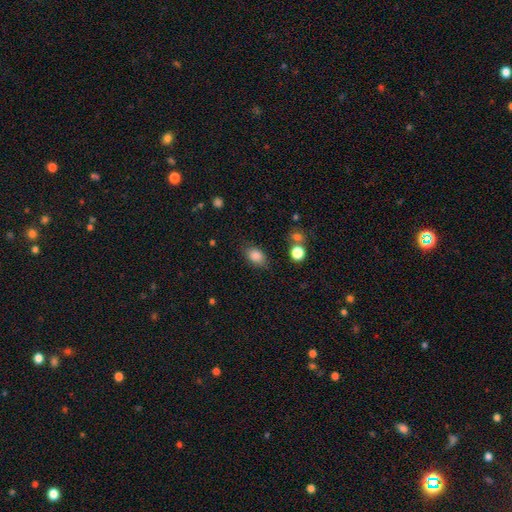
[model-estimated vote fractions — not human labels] Smooth or featured?
  - smooth: 85% *
  - star or artifact: 10%
  - featured or disk: 5%
How rounded?
  - in between: 80% *
  - round: 18%
  - cigar-shaped: 2%
Merging?
  - none: 77% *
  - minor disturbance: 16%
  - major disturbance: 5%
  - merger: 3%